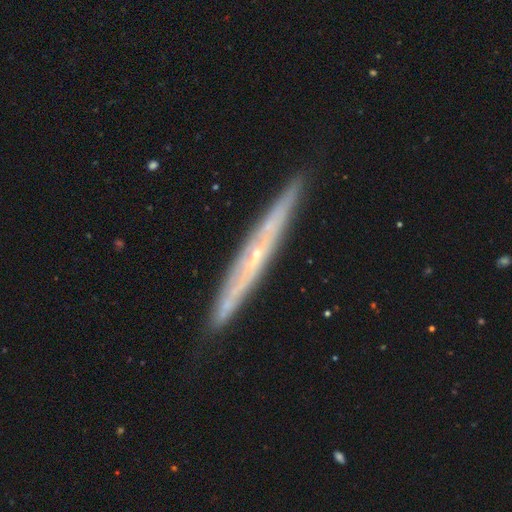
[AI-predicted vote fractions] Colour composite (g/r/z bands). It shows a featured or disk galaxy (75%) viewed edge-on (92%) with no central bulge (56%). Merging: none (89%).